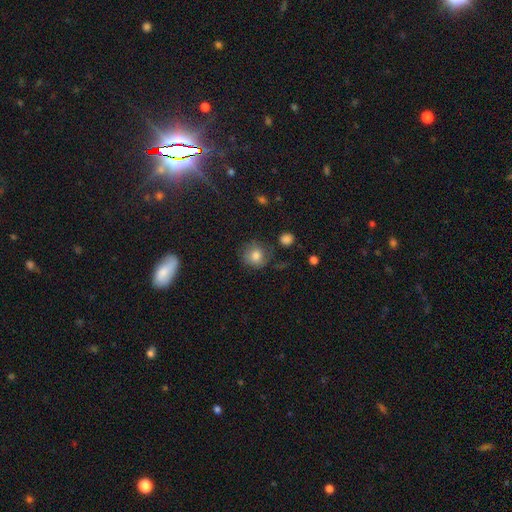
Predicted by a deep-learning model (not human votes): smooth_or_featured: smooth (p=0.78) [alt: featured or disk p=0.12]
how_rounded: round (p=0.86) [alt: in between p=0.13]
merging: none (p=0.71) [alt: minor disturbance p=0.19]